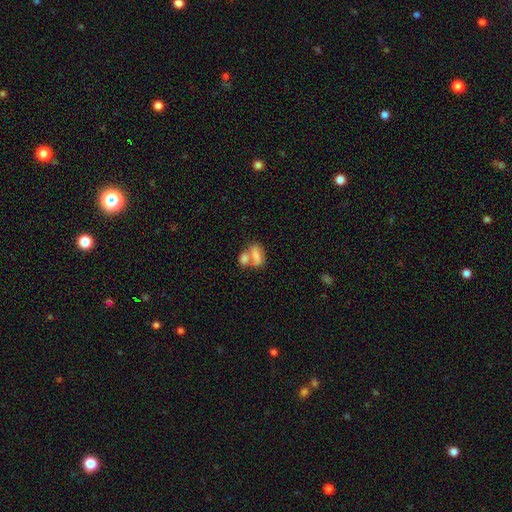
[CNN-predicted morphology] Q: Smooth or featured?
A: smooth (68%); runner-up: featured or disk (23%)
Q: How rounded?
A: in between (80%); runner-up: round (14%)
Q: Merging?
A: merger (62%); runner-up: none (22%)